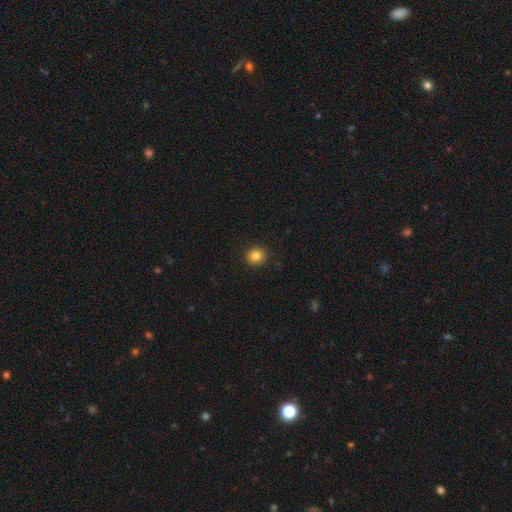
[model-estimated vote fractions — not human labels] Smooth or featured? Predicted: smooth (p=0.85). How rounded? Predicted: round (p=0.89). Merging? Predicted: none (p=0.92).